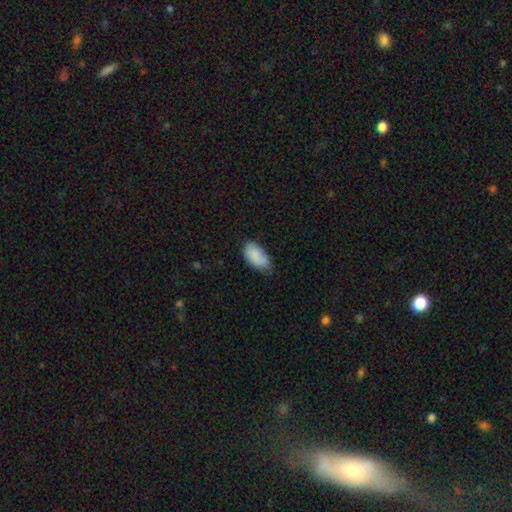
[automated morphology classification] This is clearly a smooth galaxy (86%). How rounded: clearly in between (95%). Merging: possibly none (53%).